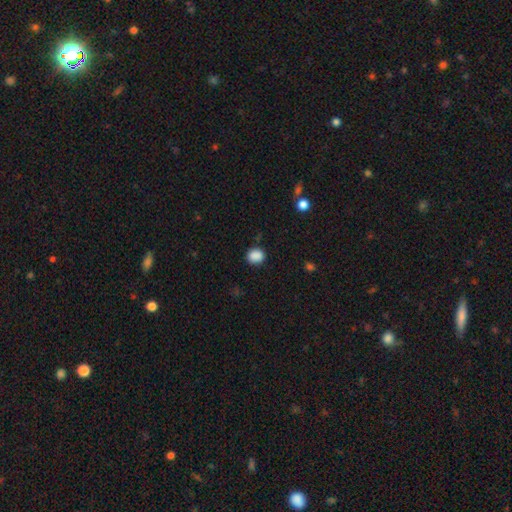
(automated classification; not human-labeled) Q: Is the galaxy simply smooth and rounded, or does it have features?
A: smooth — 88%.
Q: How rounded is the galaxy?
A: round — 71%.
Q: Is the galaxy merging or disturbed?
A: none — 84%.